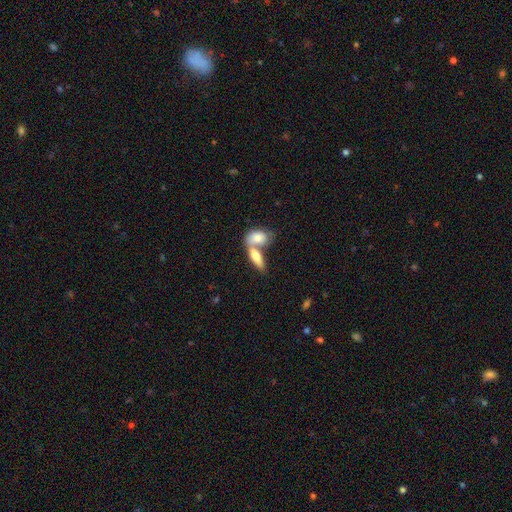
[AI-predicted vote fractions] smooth-or-featured: smooth: 72% | featured or disk: 22% | star or artifact: 6%
  how-rounded: in between: 75% | cigar-shaped: 20% | round: 5%
  merging: merger: 63% | none: 27% | minor disturbance: 7% | major disturbance: 3%